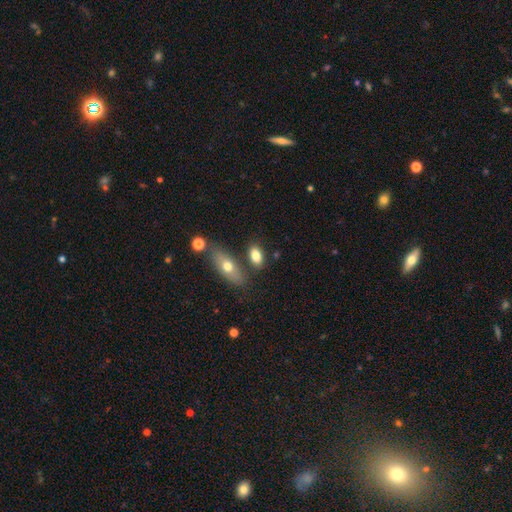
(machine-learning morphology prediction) A smooth galaxy with no disk features (79%) that is in between round and cigar-shaped (86%).

Vote fractions:
- Smooth or featured? smooth: 79% / featured or disk: 13% / star or artifact: 8%
- How rounded? in between: 86% / round: 8% / cigar-shaped: 5%
- Merging? none: 69% / merger: 14% / minor disturbance: 13% / major disturbance: 4%